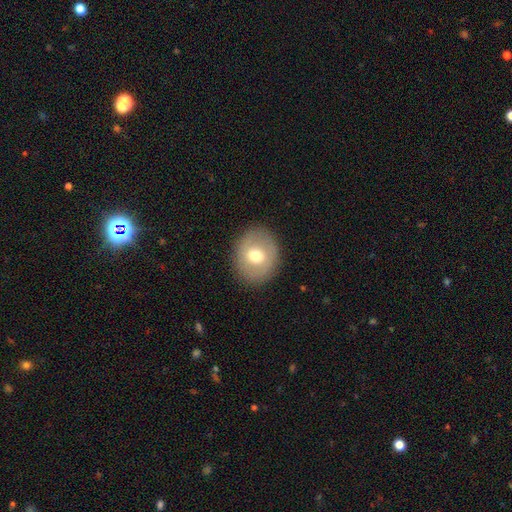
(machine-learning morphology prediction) Smooth or featured? Predicted: smooth (p=0.64). How rounded? Predicted: round (p=0.64). Merging? Predicted: none (p=0.87).